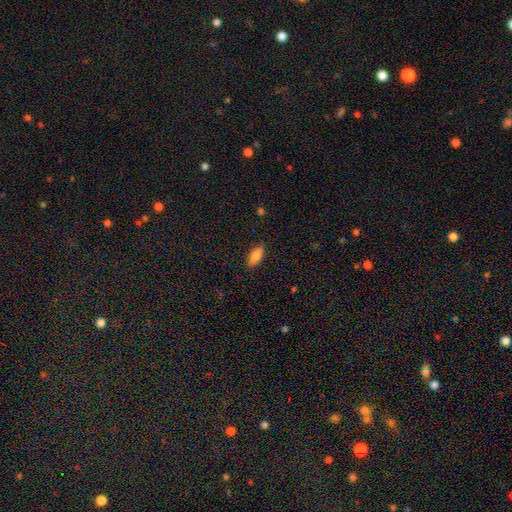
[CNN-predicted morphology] Overall: smooth (75%). How rounded: in between (74%). Merging: none (85%).